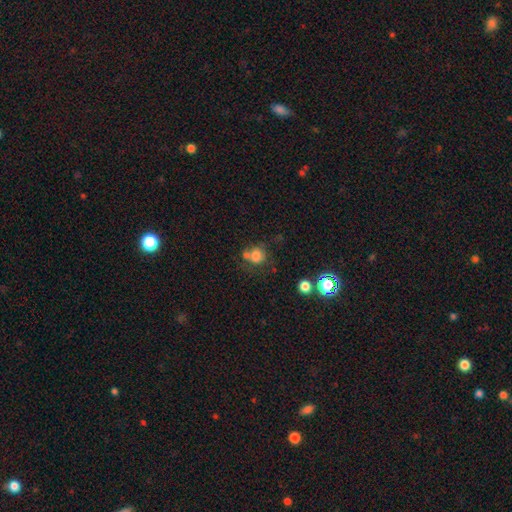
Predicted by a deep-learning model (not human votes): smooth 74%, star or artifact 14%, featured or disk 12%. Down the decision tree: how rounded — round (79%); merging — none (48%).